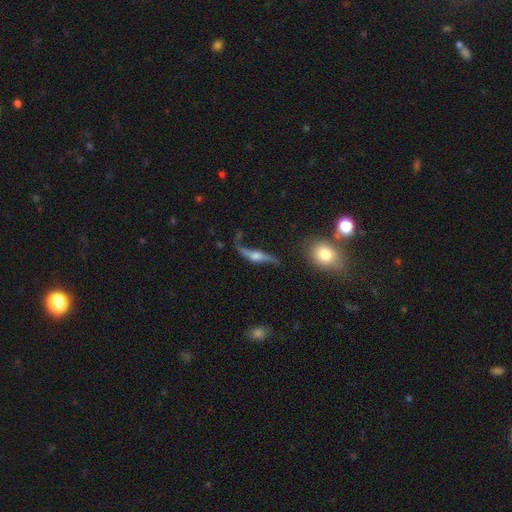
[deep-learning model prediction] Morphology: type=featured or disk (82%); edge-on=no (63%); bar=no (56%); spiral arms=yes (92%); bulge=moderate (45%); merging=none (62%).